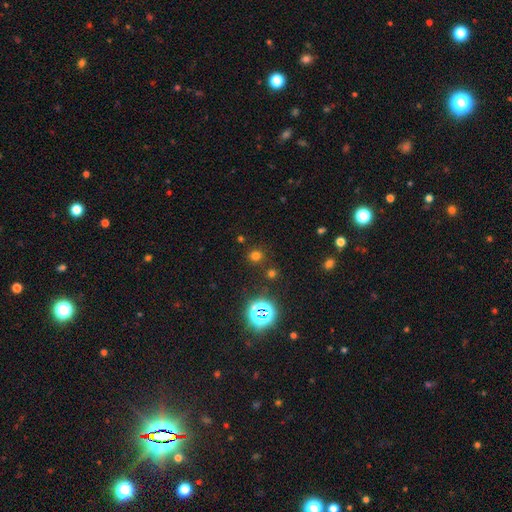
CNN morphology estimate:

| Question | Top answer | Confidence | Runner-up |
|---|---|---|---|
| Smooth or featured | smooth | 63% | star or artifact (31%) |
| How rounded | round | 89% | in between (10%) |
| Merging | none | 84% | minor disturbance (7%) |